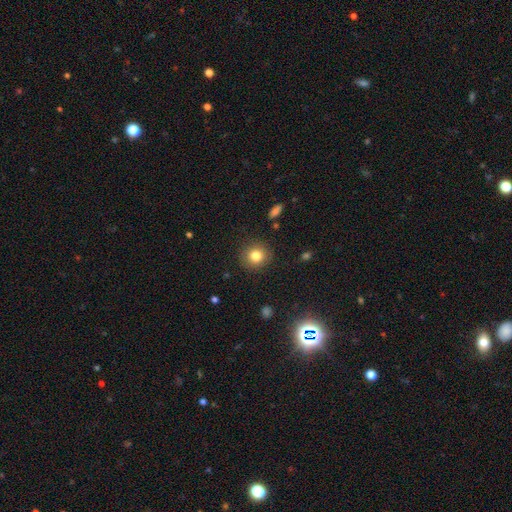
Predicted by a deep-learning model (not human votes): smooth-or-featured: smooth: 81% | star or artifact: 11% | featured or disk: 8%
  how-rounded: round: 88% | in between: 11% | cigar-shaped: 1%
  merging: none: 89% | minor disturbance: 7% | major disturbance: 2% | merger: 1%